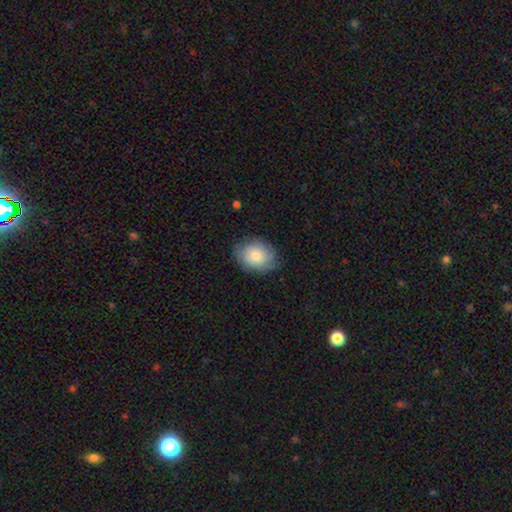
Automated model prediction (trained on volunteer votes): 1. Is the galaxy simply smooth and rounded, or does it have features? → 80% smooth, 13% featured or disk, 7% star or artifact.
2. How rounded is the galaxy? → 69% in between, 30% round, 1% cigar-shaped.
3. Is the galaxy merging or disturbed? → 75% none, 20% minor disturbance, 5% major disturbance, 1% merger.